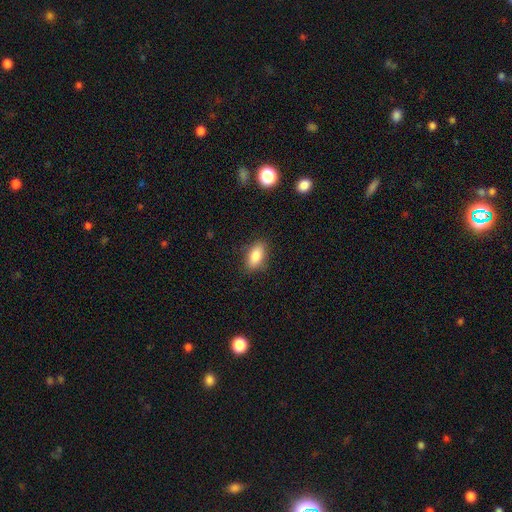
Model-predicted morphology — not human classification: A smooth galaxy with no disk features (85%) that is in between round and cigar-shaped (88%).

Vote fractions:
- Smooth or featured? smooth: 85% / featured or disk: 8% / star or artifact: 8%
- How rounded? in between: 88% / cigar-shaped: 6% / round: 5%
- Merging? none: 84% / minor disturbance: 11% / major disturbance: 3% / merger: 1%